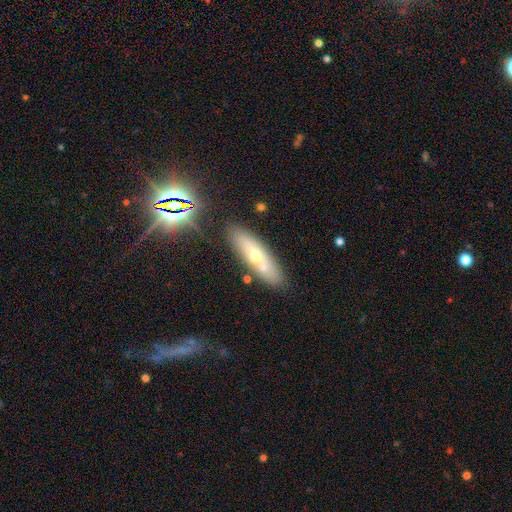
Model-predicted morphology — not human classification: This appears to be a smooth galaxy with no disk features (49%). Merging: none (75%).